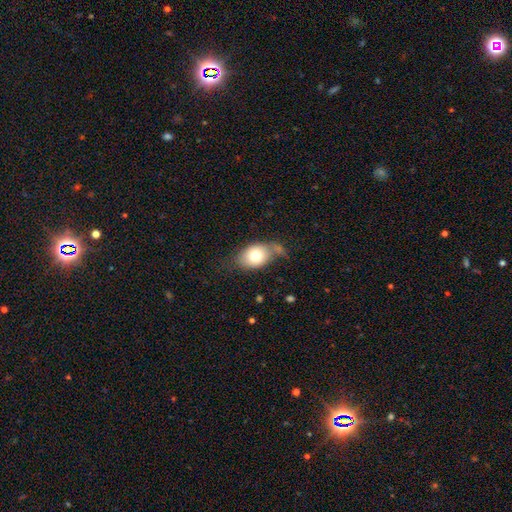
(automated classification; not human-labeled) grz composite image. It shows a smooth galaxy with no disk features (73%) that is in between round and cigar-shaped (77%). Merging: none (48%).